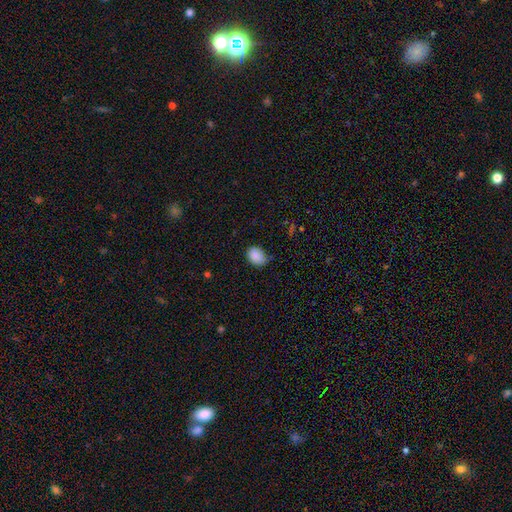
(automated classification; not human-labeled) This appears to be a smooth galaxy with no disk features (87%) that is in between round and cigar-shaped (70%). Merging: none (64%).